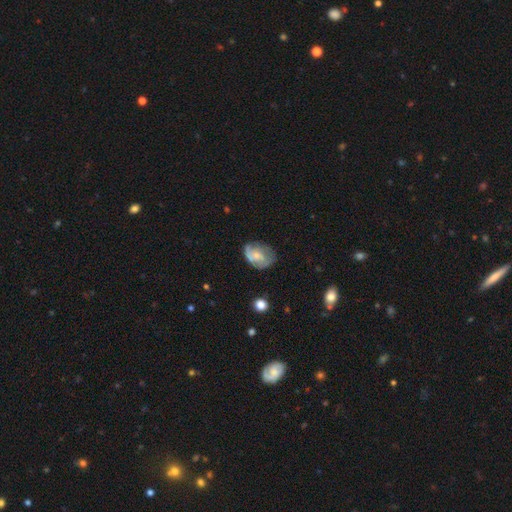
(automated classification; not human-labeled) This appears to be a featured or disk galaxy (52%). Merging: none (50%).